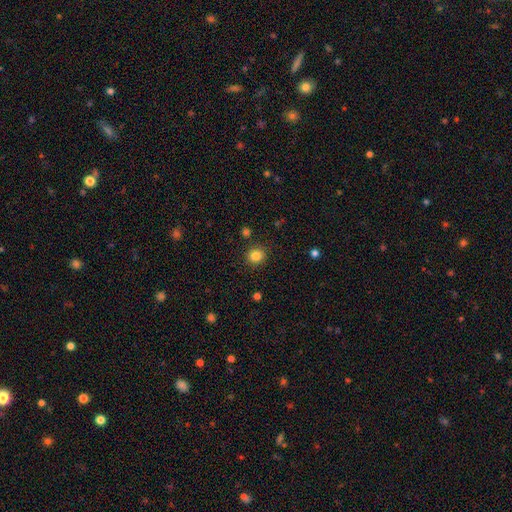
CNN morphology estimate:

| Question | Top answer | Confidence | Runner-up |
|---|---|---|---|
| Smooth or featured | smooth | 84% | star or artifact (12%) |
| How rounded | round | 88% | in between (11%) |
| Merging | none | 88% | minor disturbance (7%) |